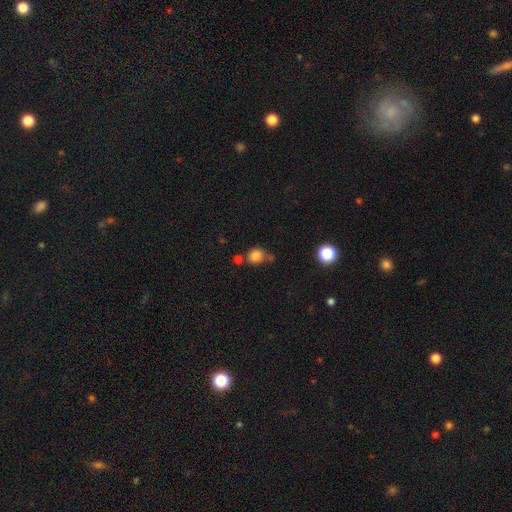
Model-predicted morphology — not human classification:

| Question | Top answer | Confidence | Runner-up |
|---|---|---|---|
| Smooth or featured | smooth | 82% | star or artifact (12%) |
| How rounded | round | 76% | in between (23%) |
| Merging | none | 59% | merger (19%) |